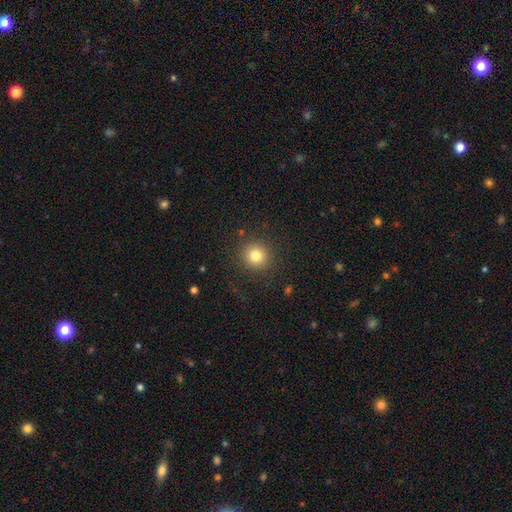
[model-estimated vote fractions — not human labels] Smooth or featured? smooth (80%)
How rounded? round (93%)
Merging? none (88%)